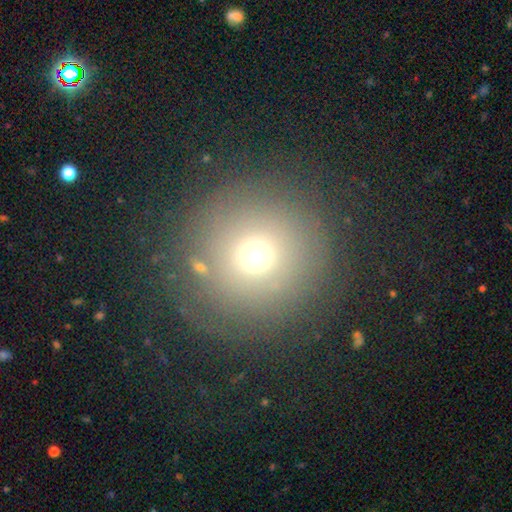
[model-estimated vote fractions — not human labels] Q: Smooth or featured?
A: smooth (66%); runner-up: star or artifact (19%)
Q: How rounded?
A: round (95%); runner-up: in between (4%)
Q: Merging?
A: none (83%); runner-up: minor disturbance (9%)